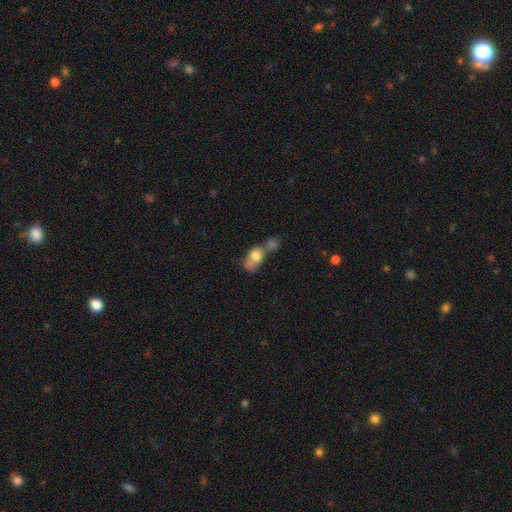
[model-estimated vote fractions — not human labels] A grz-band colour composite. It shows a smooth galaxy with no disk features (71%) that is in between round and cigar-shaped (62%). Merging: merger (66%).